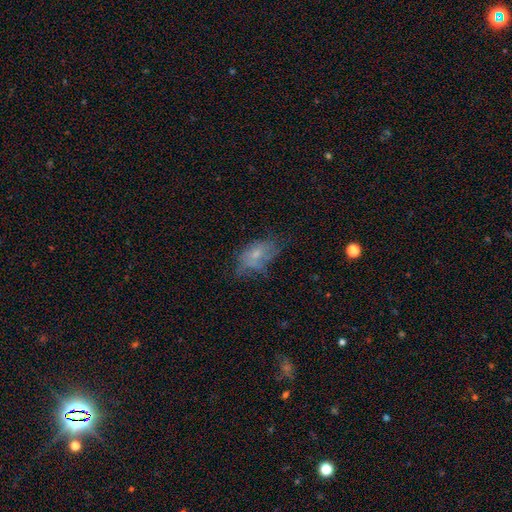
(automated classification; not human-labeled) Overall: smooth (50%; featured or disk 39%). How rounded: in between (88%). Merging: none (46%; minor disturbance 31%).